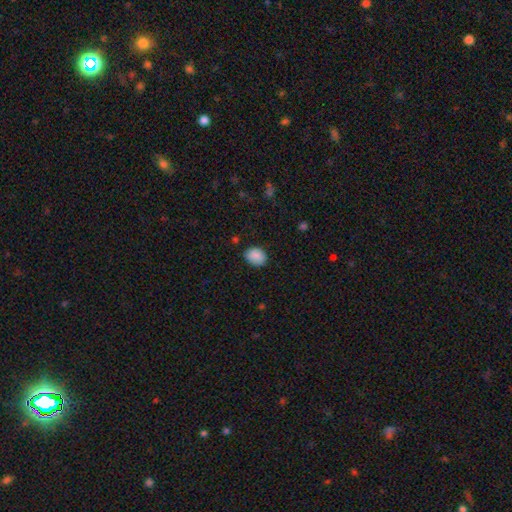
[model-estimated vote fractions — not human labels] This is clearly a smooth galaxy (88%). How rounded: possibly in between (58%). Merging: clearly none (82%).